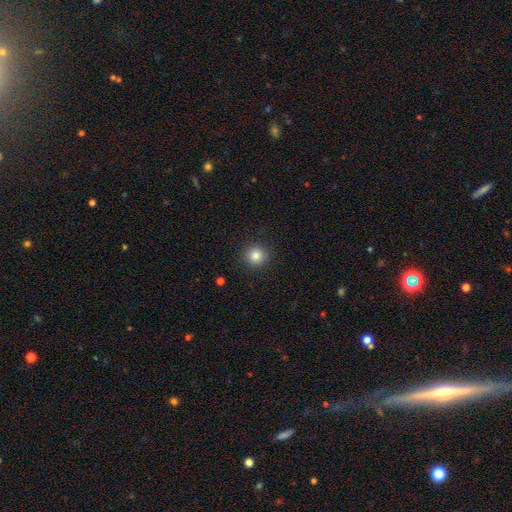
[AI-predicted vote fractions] This appears to be a smooth galaxy with no disk features (85%) that is round (94%). Merging: none (91%).